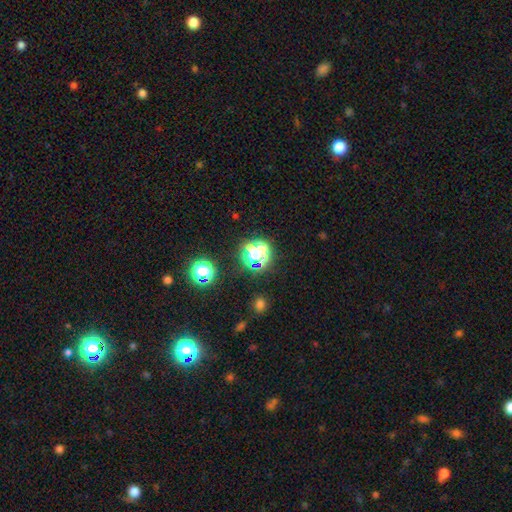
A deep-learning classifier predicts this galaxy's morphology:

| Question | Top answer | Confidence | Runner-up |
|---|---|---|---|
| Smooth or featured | star or artifact | 50% | smooth (38%) |